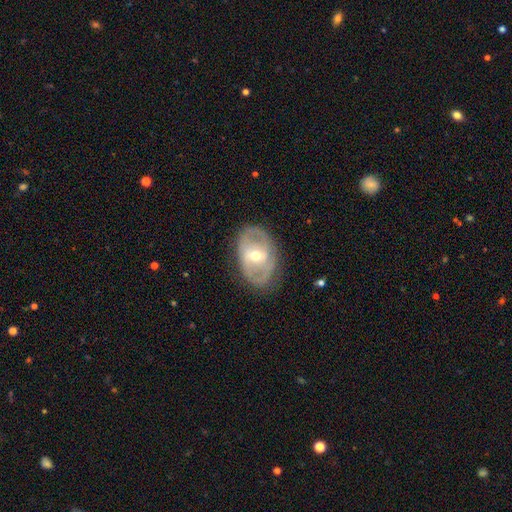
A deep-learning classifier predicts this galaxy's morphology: This is likely a featured or disk galaxy (71%). It is clearly not viewed edge-on (93%). Bar: marginally weak (40%). Spiral arm pattern: possibly yes (60%). Central bulge: possibly moderate (58%). Merging: likely none (76%).